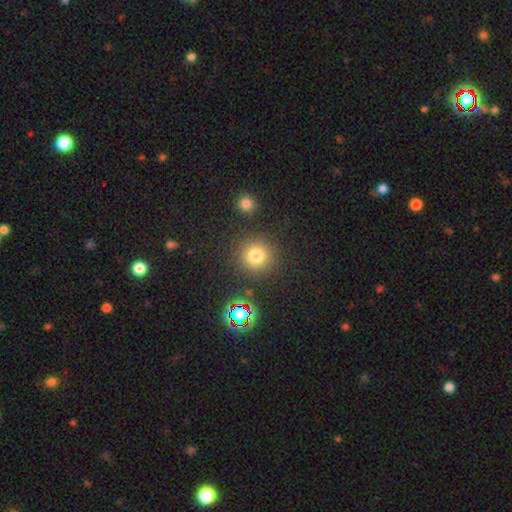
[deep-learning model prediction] The model was most divided on "smooth or featured": smooth: 76%, star or artifact: 17%, featured or disk: 7%. More confident: how rounded — round (94%); merging — none (87%).